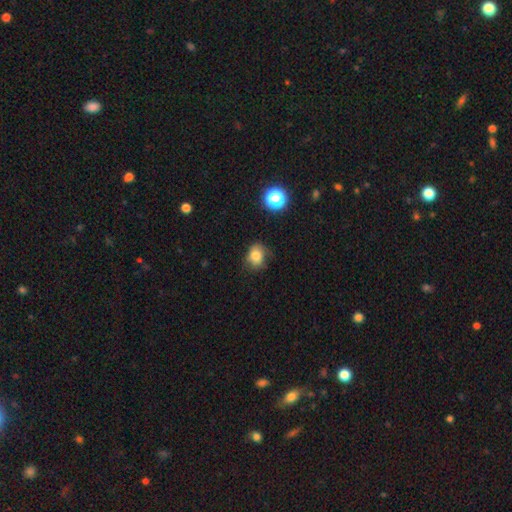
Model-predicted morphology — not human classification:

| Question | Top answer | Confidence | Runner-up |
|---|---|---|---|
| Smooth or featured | smooth | 79% | star or artifact (12%) |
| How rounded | round | 57% | in between (42%) |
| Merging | none | 65% | minor disturbance (26%) |